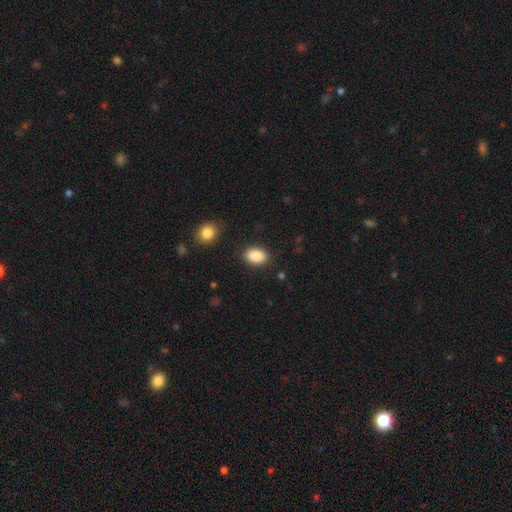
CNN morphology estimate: A smooth galaxy with no disk features (88%) that is in between round and cigar-shaped (83%). Merging: none (87%).